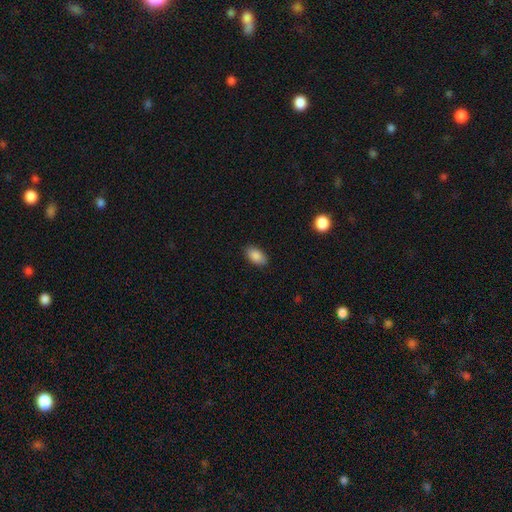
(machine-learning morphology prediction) A smooth galaxy with no disk features (88%) that is in between round and cigar-shaped (92%). Merging: none (87%).